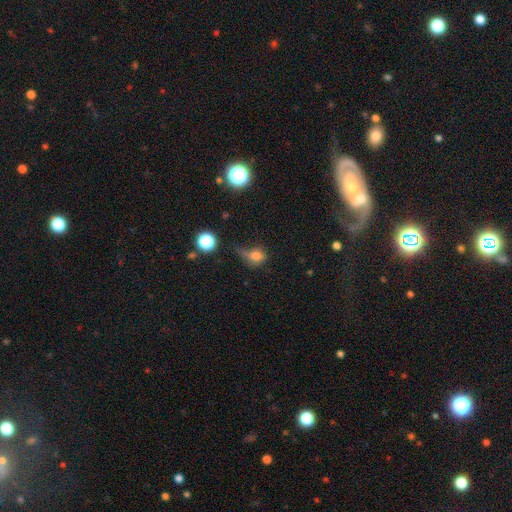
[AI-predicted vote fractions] This is likely a smooth galaxy (69%). How rounded: possibly round (50%). Merging: marginally major disturbance (33%).